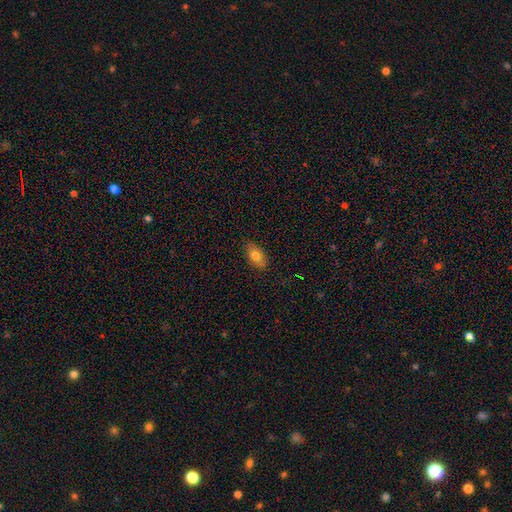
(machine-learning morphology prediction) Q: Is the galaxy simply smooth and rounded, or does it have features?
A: smooth — 76%.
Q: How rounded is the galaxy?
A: in between — 88%.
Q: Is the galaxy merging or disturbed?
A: none — 84%.